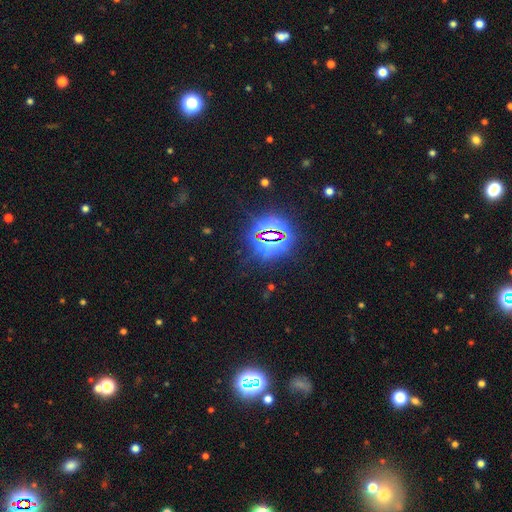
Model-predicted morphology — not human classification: The model was most divided on "smooth or featured": star or artifact: 75%, smooth: 17%, featured or disk: 8%.